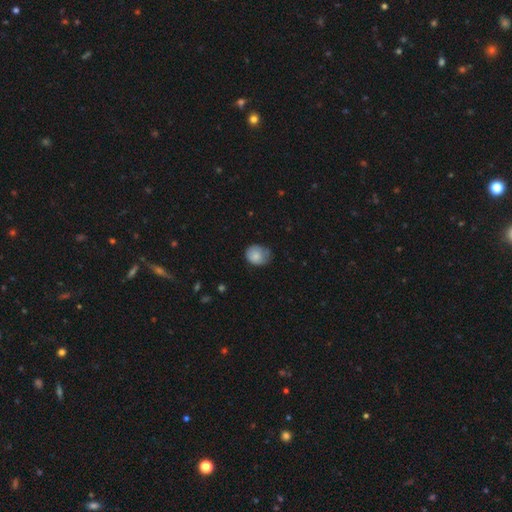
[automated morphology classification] This appears to be a smooth galaxy with no disk features (80%) that is round (55%). Merging: none (52%).